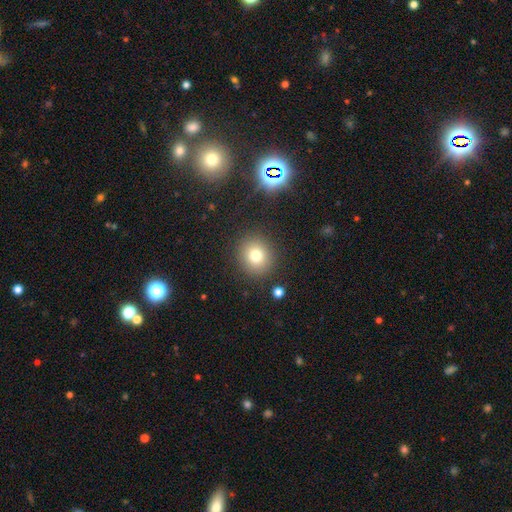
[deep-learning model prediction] smooth_or_featured: smooth (p=0.76) [alt: star or artifact p=0.14]
how_rounded: round (p=0.87) [alt: in between p=0.12]
merging: none (p=0.88) [alt: minor disturbance p=0.07]